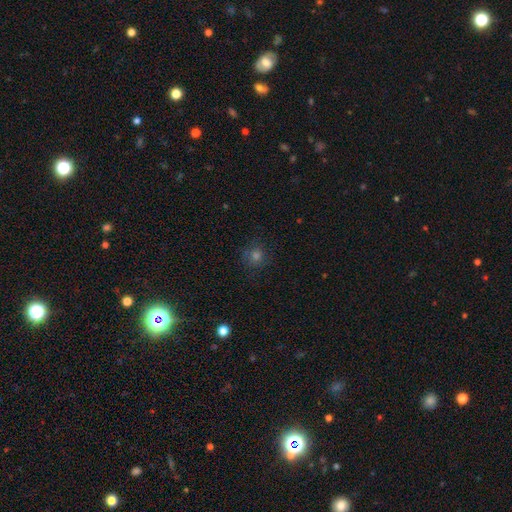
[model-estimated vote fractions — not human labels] Q: Smooth or featured?
A: smooth (62%); runner-up: star or artifact (29%)
Q: How rounded?
A: round (91%); runner-up: in between (8%)
Q: Merging?
A: none (85%); runner-up: minor disturbance (10%)